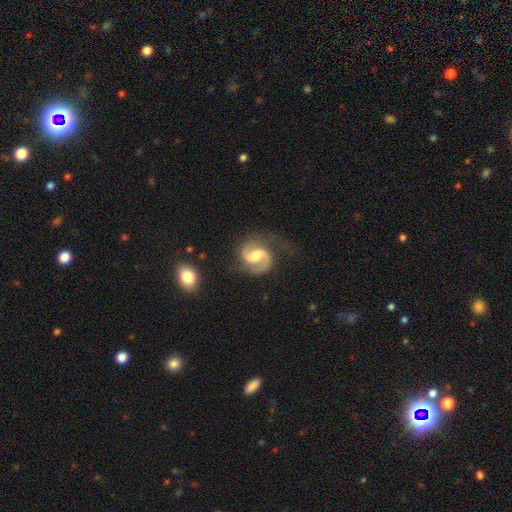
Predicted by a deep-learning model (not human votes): Morphology: type=featured or disk (90%); edge-on=no (98%); bar=weak (52%); spiral arms=yes (98%); winding=medium (60%); arm count=2 (92%); bulge=moderate (57%); merging=none (68%).